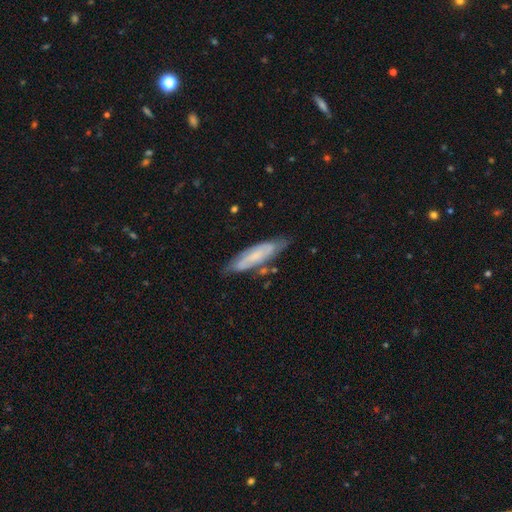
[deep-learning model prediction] This appears to be a featured or disk galaxy (53%). Merging: none (69%).